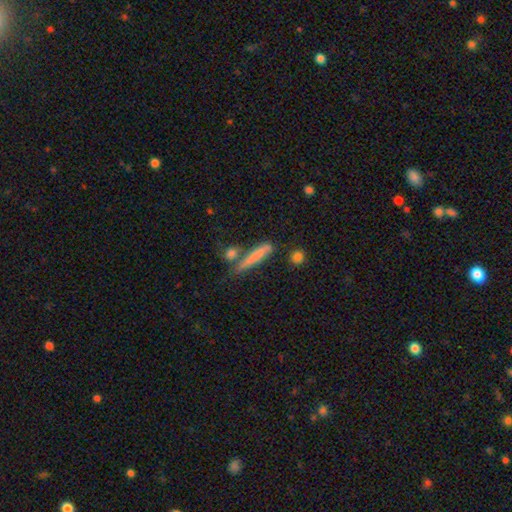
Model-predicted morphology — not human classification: smooth-or-featured: smooth: 67% | featured or disk: 25% | star or artifact: 8%
  how-rounded: cigar-shaped: 89% | in between: 8% | round: 3%
  merging: none: 63% | merger: 16% | minor disturbance: 15% | major disturbance: 6%